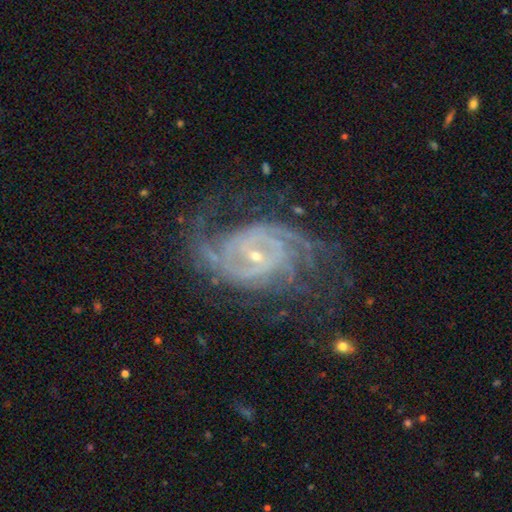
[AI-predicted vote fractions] A featured or disk galaxy (90%) with no bar (43%), 2 (43%) tight (50%) spiral arms (98%) and a small central bulge (77%). Merging: none (65%).